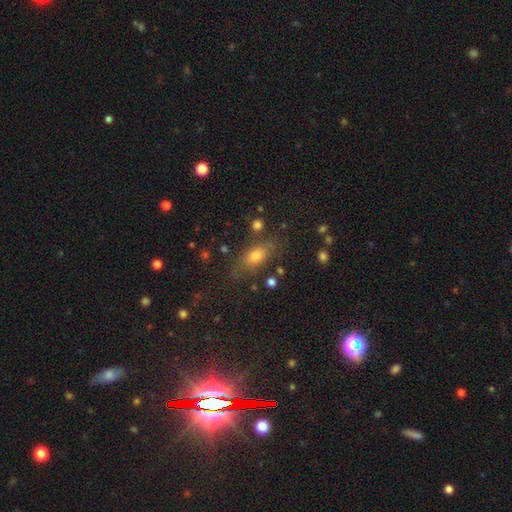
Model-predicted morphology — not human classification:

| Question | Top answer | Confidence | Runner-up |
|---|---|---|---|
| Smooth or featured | smooth | 66% | featured or disk (19%) |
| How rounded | in between | 76% | cigar-shaped (16%) |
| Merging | none | 73% | minor disturbance (16%) |